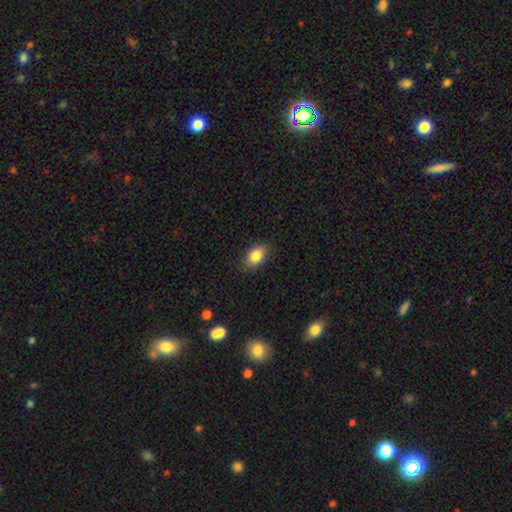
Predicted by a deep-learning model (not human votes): Morphology: type=smooth (85%); roundness=in between (88%); merging=none (86%).